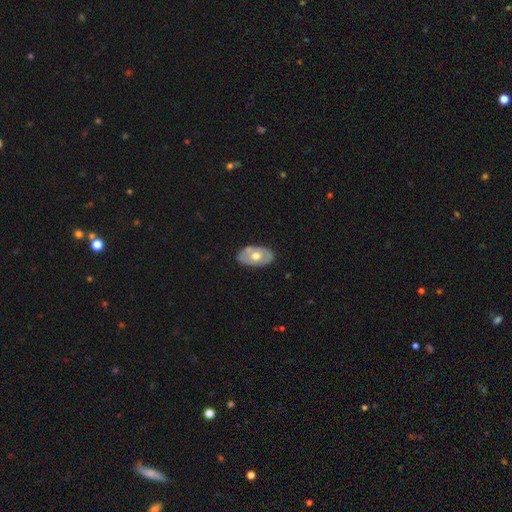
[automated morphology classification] smooth-or-featured: featured or disk: 49% | smooth: 46% | star or artifact: 5%
  merging: none: 81% | minor disturbance: 14% | major disturbance: 3% | merger: 2%